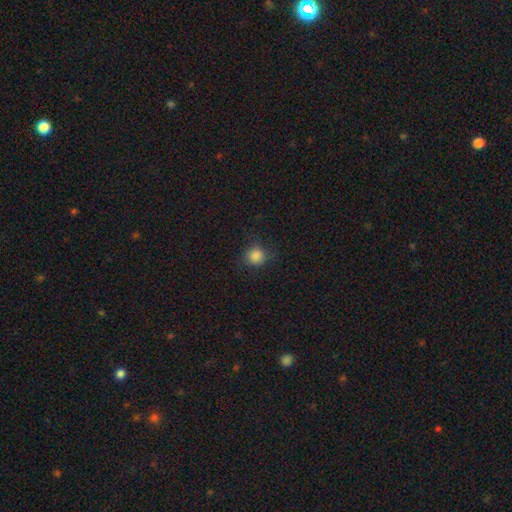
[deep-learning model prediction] Smooth or featured?
  - smooth: 85% *
  - star or artifact: 11%
  - featured or disk: 4%
How rounded?
  - round: 89% *
  - in between: 10%
  - cigar-shaped: 1%
Merging?
  - none: 81% *
  - minor disturbance: 13%
  - major disturbance: 4%
  - merger: 1%